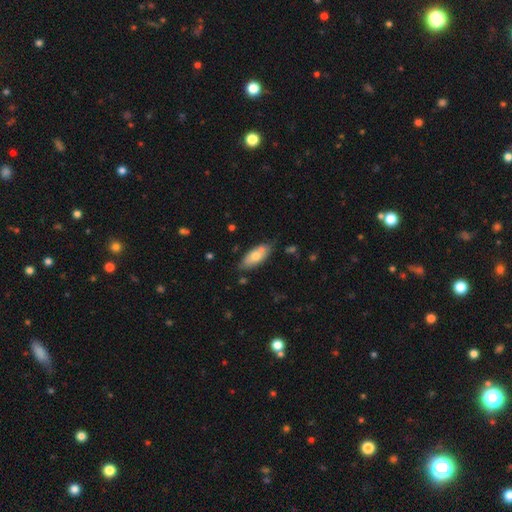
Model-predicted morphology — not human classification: smooth_or_featured: smooth (p=0.67) [alt: featured or disk p=0.27]
how_rounded: in between (p=0.83) [alt: cigar-shaped p=0.15]
merging: none (p=0.69) [alt: minor disturbance p=0.19]